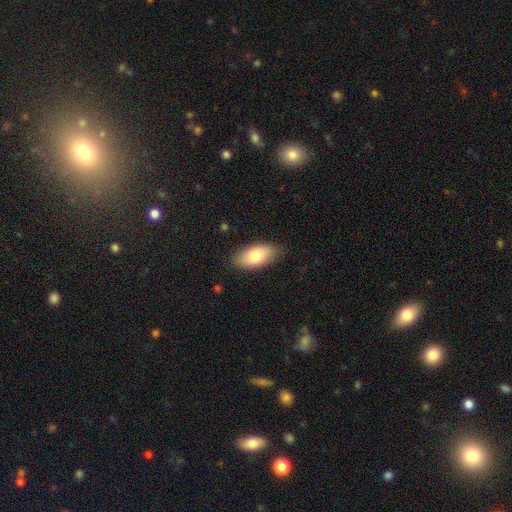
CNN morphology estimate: Smooth or featured? smooth (79%)
How rounded? in between (92%)
Merging? none (85%)